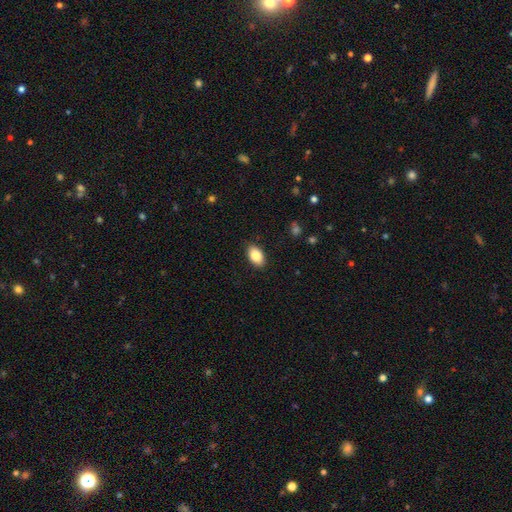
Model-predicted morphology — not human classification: A smooth galaxy with no disk features (86%) that is in between round and cigar-shaped (92%).

Vote fractions:
- Smooth or featured? smooth: 86% / star or artifact: 7% / featured or disk: 7%
- How rounded? in between: 92% / round: 6% / cigar-shaped: 2%
- Merging? none: 87% / minor disturbance: 10% / major disturbance: 2% / merger: 1%